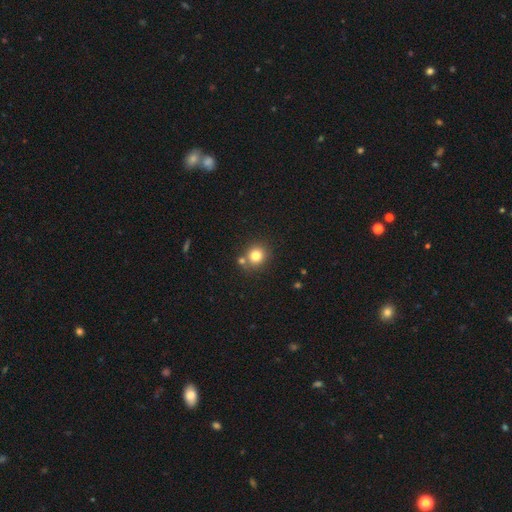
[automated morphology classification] This is likely a smooth galaxy (80%). How rounded: clearly round (84%). Merging: likely none (73%).